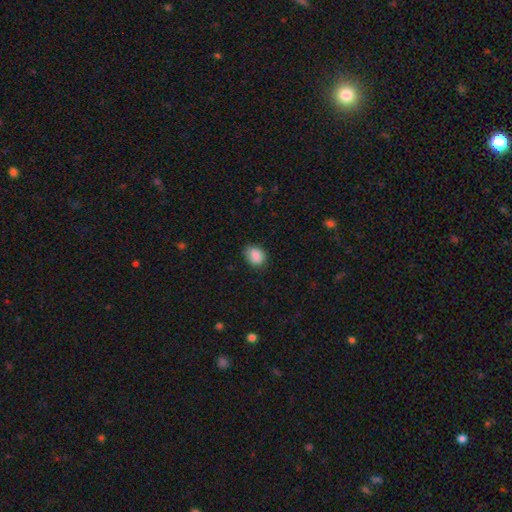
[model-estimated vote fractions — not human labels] Smooth or featured? Predicted: smooth (p=0.87). How rounded? Predicted: in between (p=0.59). Merging? Predicted: none (p=0.81).